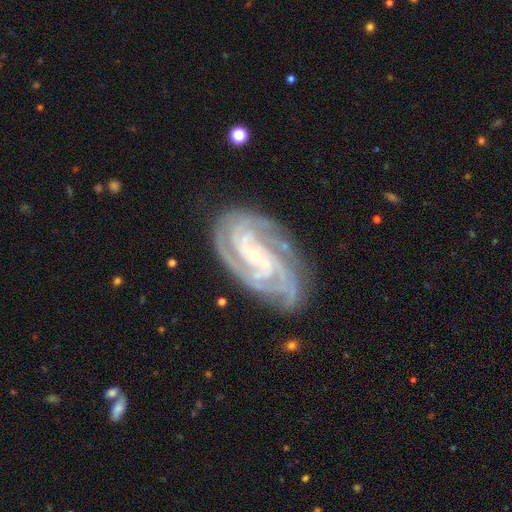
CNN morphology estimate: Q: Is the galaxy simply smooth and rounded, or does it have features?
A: featured or disk — 92%.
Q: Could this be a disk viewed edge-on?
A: no — 97%.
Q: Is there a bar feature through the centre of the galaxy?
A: no — 57%.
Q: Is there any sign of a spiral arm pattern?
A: yes — 99%.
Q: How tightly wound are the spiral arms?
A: tight — 72%.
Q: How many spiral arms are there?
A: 3 — 32%, tied with 4.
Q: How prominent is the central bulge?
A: small — 81%.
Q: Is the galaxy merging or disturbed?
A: none — 77%.